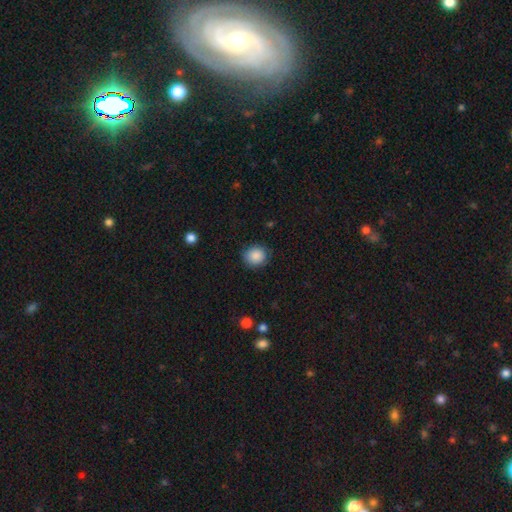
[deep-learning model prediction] Smooth or featured: smooth — 88% (star or artifact — 8%)
How rounded: round — 83% (in between — 16%)
Merging: none — 84% (minor disturbance — 12%)